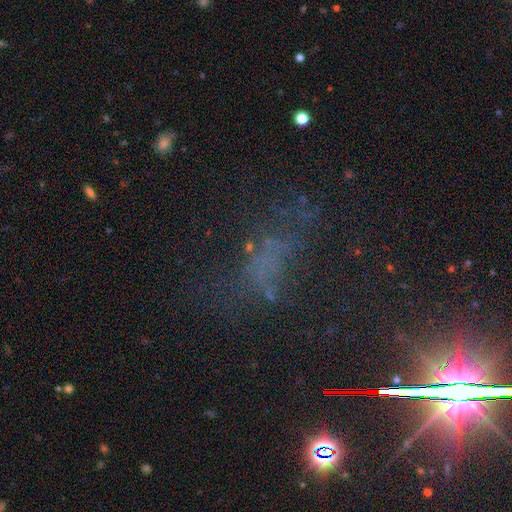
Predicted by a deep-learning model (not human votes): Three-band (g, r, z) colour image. It shows a star or artifact, not a galaxy (52%).